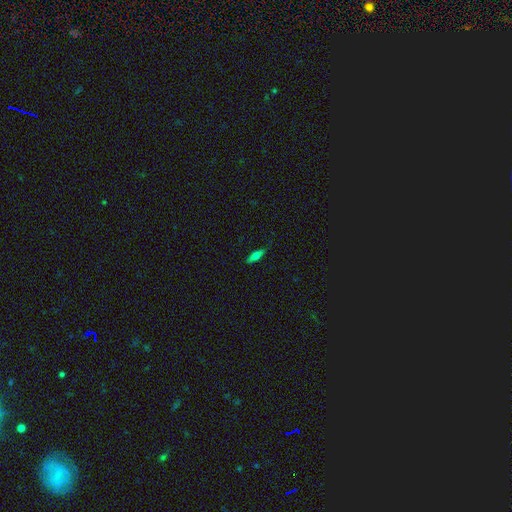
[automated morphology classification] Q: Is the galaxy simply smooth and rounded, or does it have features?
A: smooth — 57%.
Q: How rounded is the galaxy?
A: cigar-shaped — 51%.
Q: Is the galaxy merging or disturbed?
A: none — 86%.